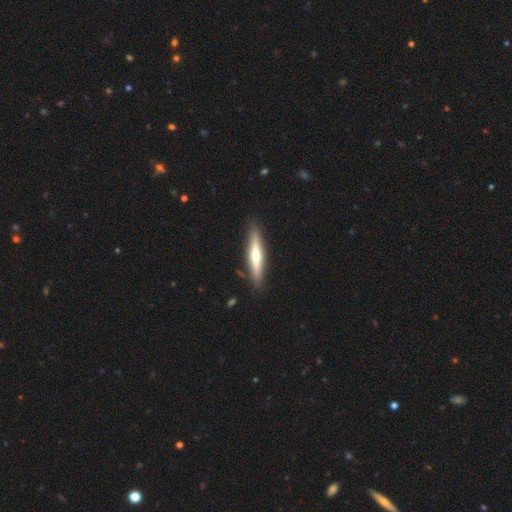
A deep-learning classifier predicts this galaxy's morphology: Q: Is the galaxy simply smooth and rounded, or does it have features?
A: featured or disk — 51%.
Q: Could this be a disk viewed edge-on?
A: yes — 94%.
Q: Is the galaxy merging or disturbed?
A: none — 88%.